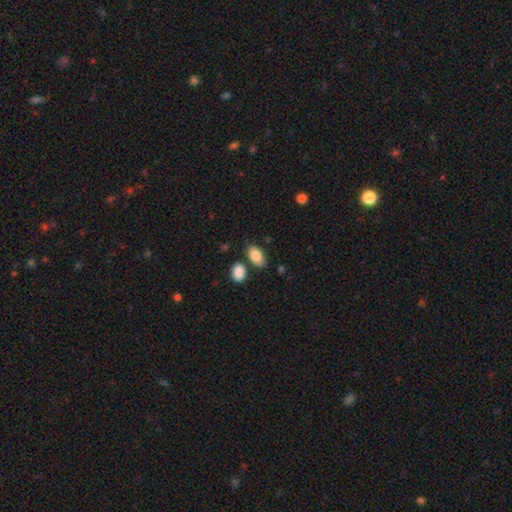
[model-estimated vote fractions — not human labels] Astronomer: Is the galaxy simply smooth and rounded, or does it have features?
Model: smooth — 88%.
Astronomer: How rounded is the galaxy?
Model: in between — 91%.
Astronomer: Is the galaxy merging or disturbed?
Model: none — 68%.